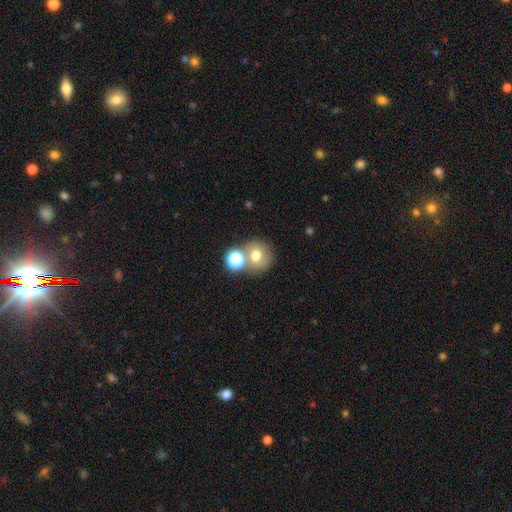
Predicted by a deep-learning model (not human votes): Smooth or featured?
  - smooth: 69% *
  - star or artifact: 16%
  - featured or disk: 15%
How rounded?
  - round: 85% *
  - in between: 14%
  - cigar-shaped: 1%
Merging?
  - none: 59% *
  - merger: 27%
  - minor disturbance: 9%
  - major disturbance: 4%